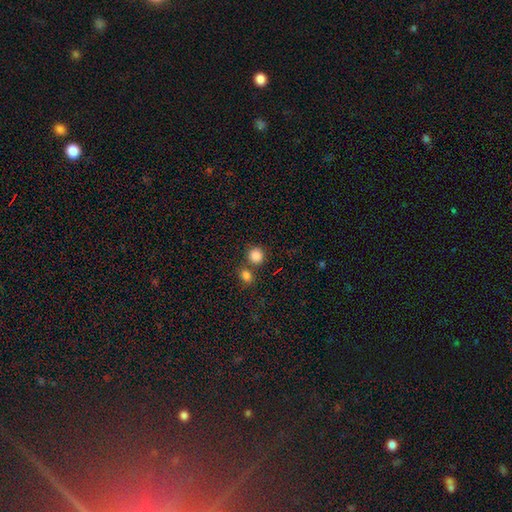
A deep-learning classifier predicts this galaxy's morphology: Smooth or featured? smooth (85%)
How rounded? round (84%)
Merging? none (68%)